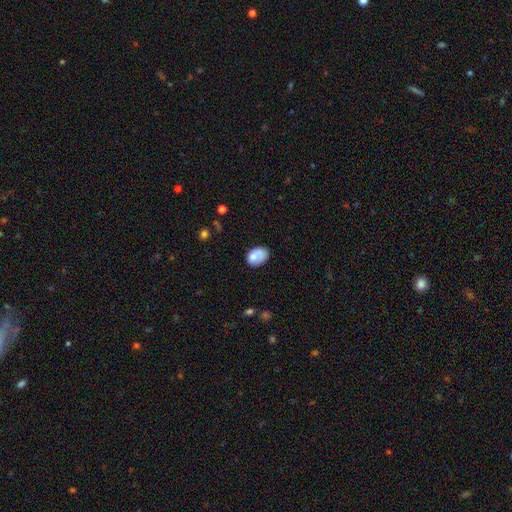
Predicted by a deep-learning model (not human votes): A smooth galaxy with no disk features (74%) that is in between round and cigar-shaped (77%). Merging: none (52%).